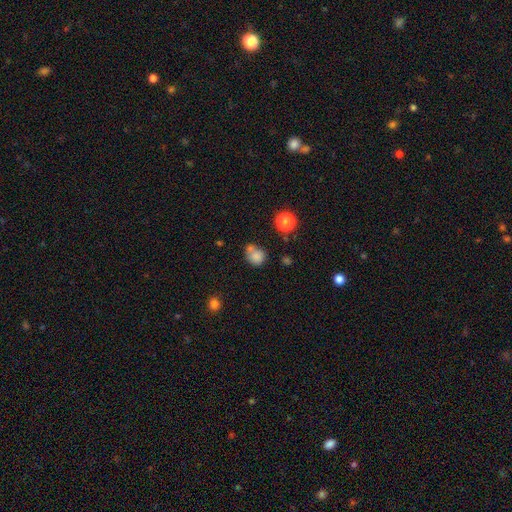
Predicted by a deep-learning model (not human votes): smooth_or_featured: smooth (p=0.78) [alt: star or artifact p=0.13]
how_rounded: round (p=0.72) [alt: in between p=0.27]
merging: none (p=0.46) [alt: merger p=0.31]